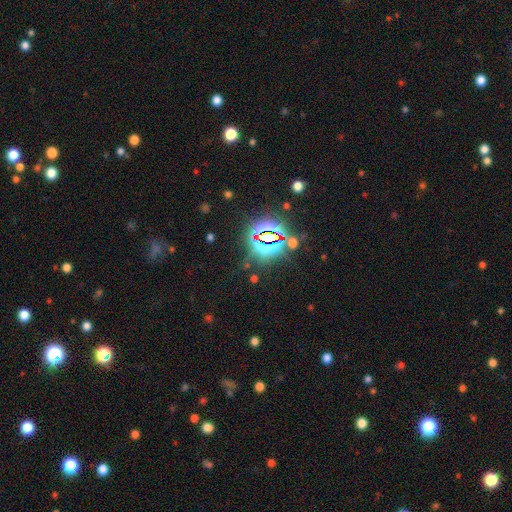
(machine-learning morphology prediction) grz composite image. It shows a star or artifact, not a galaxy (84%).